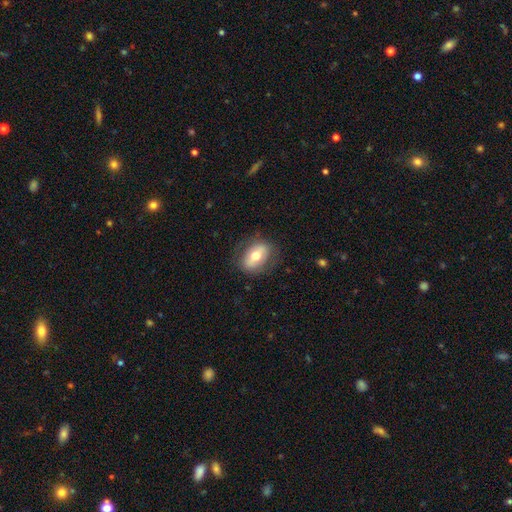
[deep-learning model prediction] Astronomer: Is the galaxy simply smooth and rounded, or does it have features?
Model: smooth — 60%.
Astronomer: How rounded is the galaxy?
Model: in between — 80%.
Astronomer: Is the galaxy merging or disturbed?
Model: none — 78%.